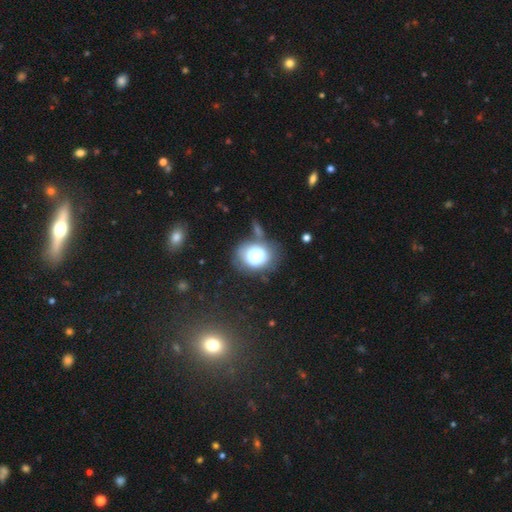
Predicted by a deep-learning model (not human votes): This is likely a smooth galaxy (75%). How rounded: possibly round (59%). Merging: possibly none (50%).